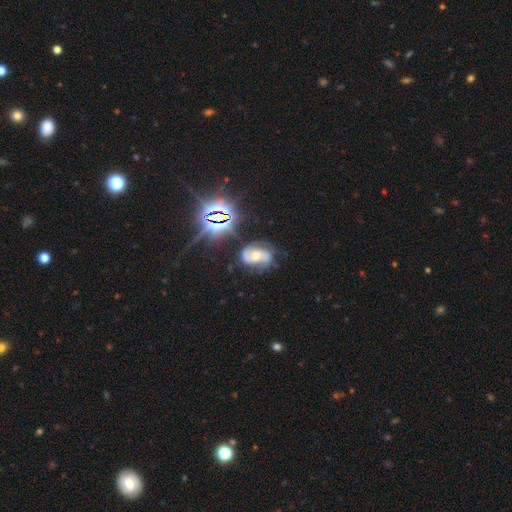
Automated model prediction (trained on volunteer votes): Smooth or featured? Predicted: featured or disk (p=0.71). Edge-on disk? Predicted: no (p=0.97). Bar? Predicted: no (p=0.48). Spiral arms? Predicted: yes (p=0.92). Spiral winding? Predicted: medium (p=0.47). Spiral arm count? Predicted: 2 (p=0.80). Bulge size? Predicted: moderate (p=0.65). Merging? Predicted: none (p=0.69).